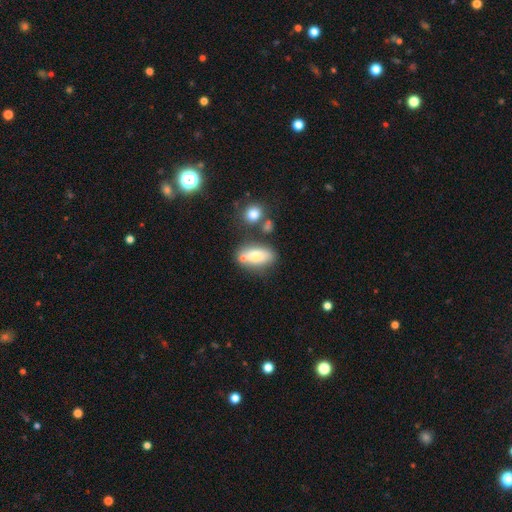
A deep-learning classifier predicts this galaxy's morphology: Smooth or featured? smooth (76%)
How rounded? in between (87%)
Merging? none (57%)